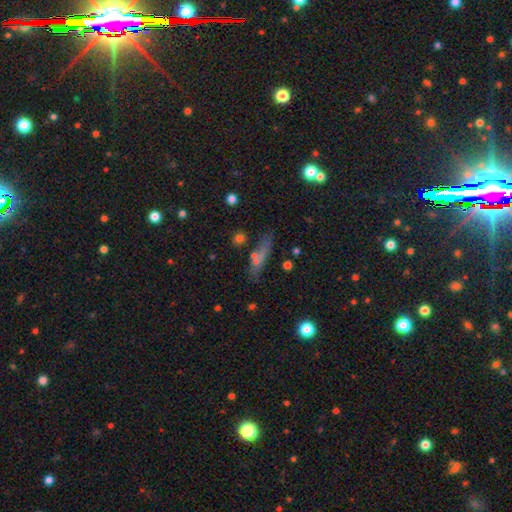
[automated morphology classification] Q: Smooth or featured?
A: smooth (59%); runner-up: featured or disk (24%)
Q: How rounded?
A: cigar-shaped (69%); runner-up: in between (24%)
Q: Merging?
A: none (68%); runner-up: minor disturbance (17%)